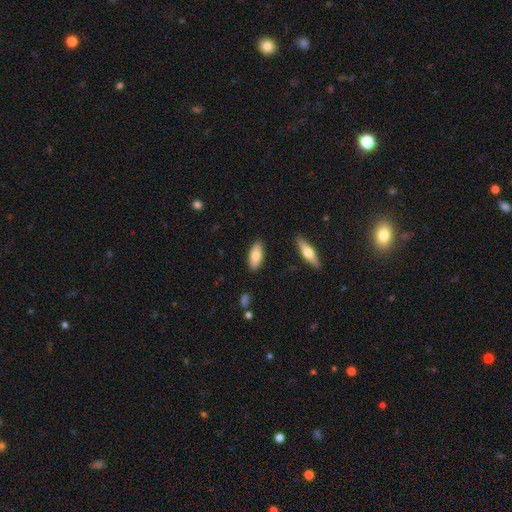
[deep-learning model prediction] Smooth or featured?
  - smooth: 77% *
  - featured or disk: 17%
  - star or artifact: 6%
How rounded?
  - in between: 81% *
  - cigar-shaped: 17%
  - round: 2%
Merging?
  - none: 87% *
  - minor disturbance: 9%
  - major disturbance: 2%
  - merger: 2%